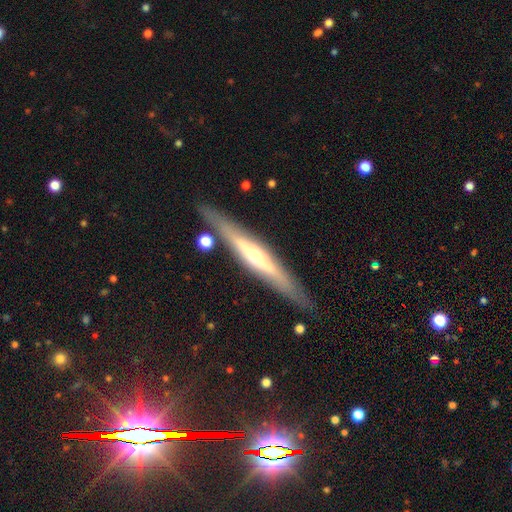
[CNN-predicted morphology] type=featured or disk (71%); edge-on=yes (91%); edge-on bulge=rounded (81%); merging=none (84%).